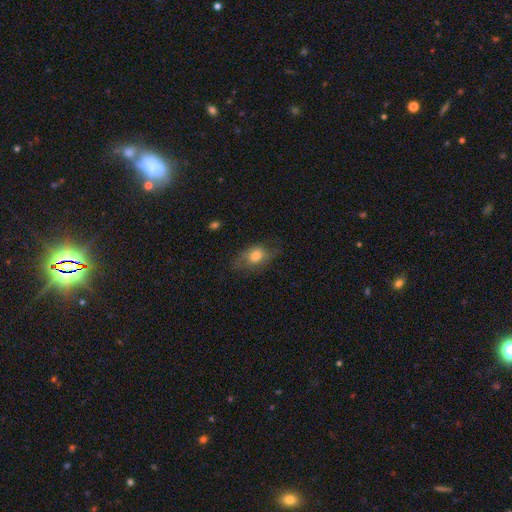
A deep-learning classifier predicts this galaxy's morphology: smooth 66%, featured or disk 25%, star or artifact 9%. Down the decision tree: how rounded — in between (73%); merging — none (61%).